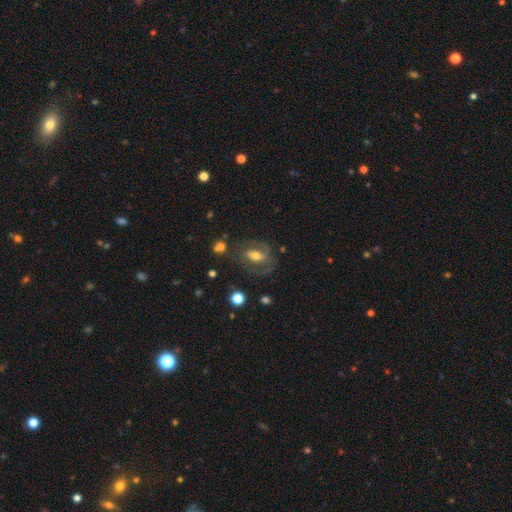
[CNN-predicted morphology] featured or disk 62%, smooth 30%, star or artifact 9%. Down the decision tree: edge-on disk — no (93%); bar — weak (36%); spiral arms — yes (68%); bulge size — moderate (60%); merging — none (61%).